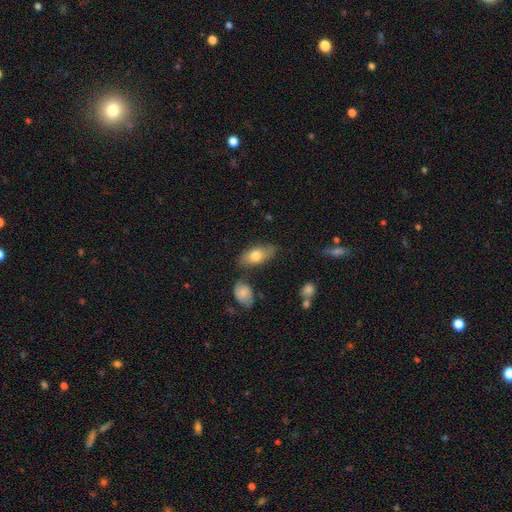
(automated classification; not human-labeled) Smooth or featured?
  - smooth: 71% *
  - featured or disk: 23%
  - star or artifact: 6%
How rounded?
  - in between: 89% *
  - cigar-shaped: 7%
  - round: 4%
Merging?
  - none: 71% *
  - minor disturbance: 18%
  - merger: 6%
  - major disturbance: 5%